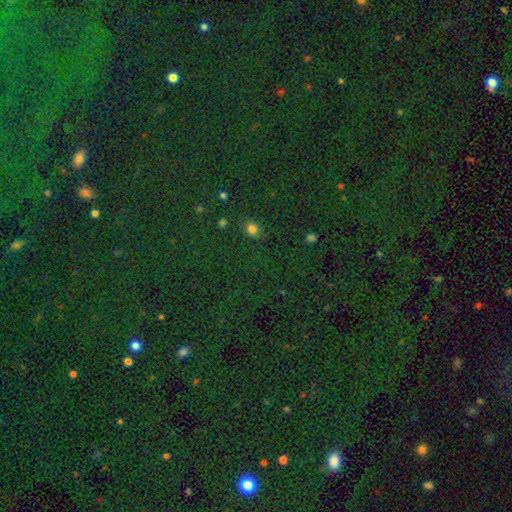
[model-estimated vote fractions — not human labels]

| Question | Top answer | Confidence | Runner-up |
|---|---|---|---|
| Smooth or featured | star or artifact | 71% | smooth (21%) |